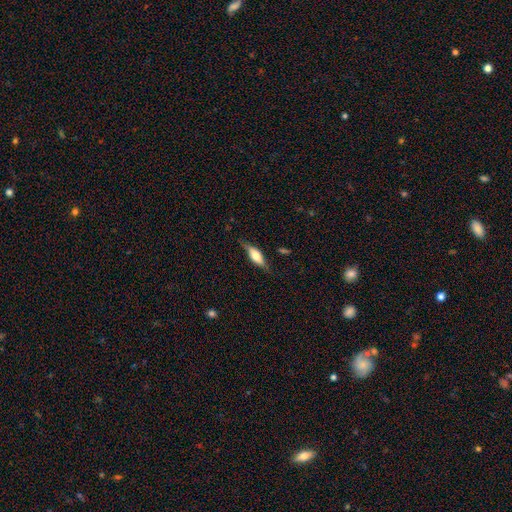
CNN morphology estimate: Q: Smooth or featured?
A: featured or disk (50%); runner-up: smooth (43%)
Q: Edge-on disk?
A: yes (88%); runner-up: no (12%)
Q: Merging?
A: none (72%); runner-up: minor disturbance (20%)